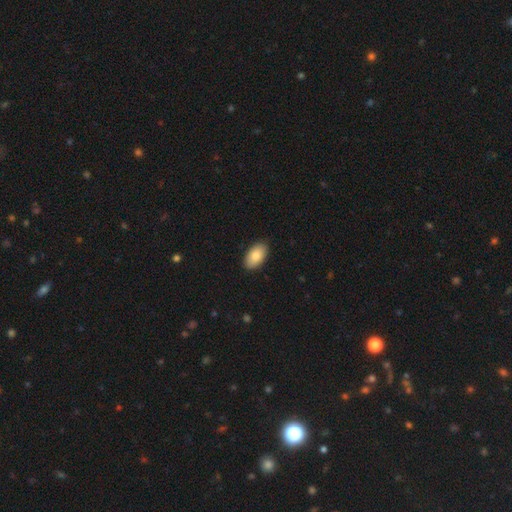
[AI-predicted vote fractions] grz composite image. It shows a smooth galaxy with no disk features (85%) that is in between round and cigar-shaped (95%). Merging: none (89%).